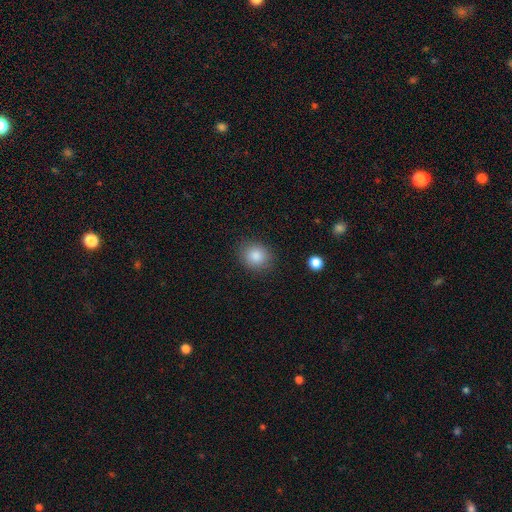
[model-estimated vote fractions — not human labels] Smooth or featured?
  - smooth: 86% *
  - star or artifact: 9%
  - featured or disk: 5%
How rounded?
  - round: 69% *
  - in between: 30%
  - cigar-shaped: 1%
Merging?
  - none: 86% *
  - minor disturbance: 10%
  - major disturbance: 3%
  - merger: 1%